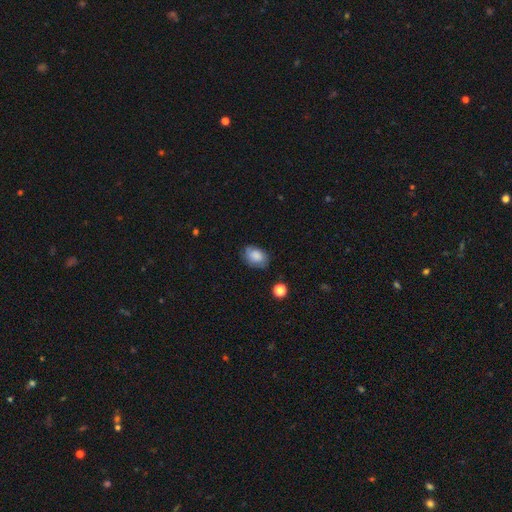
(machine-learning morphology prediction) Smooth or featured? Predicted: smooth (p=0.68). How rounded? Predicted: in between (p=0.78). Merging? Predicted: none (p=0.67).